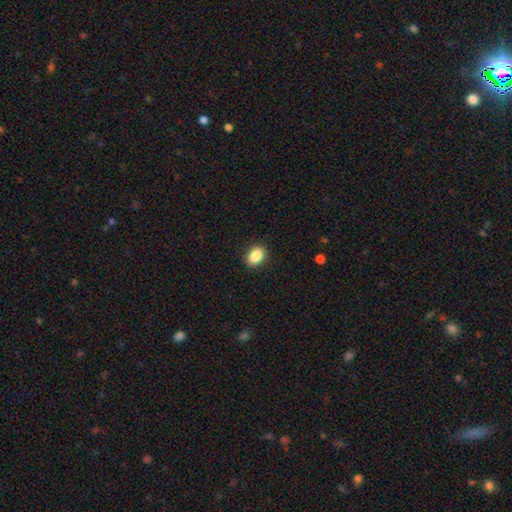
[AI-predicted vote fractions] Smooth or featured? smooth (88%)
How rounded? in between (77%)
Merging? none (90%)